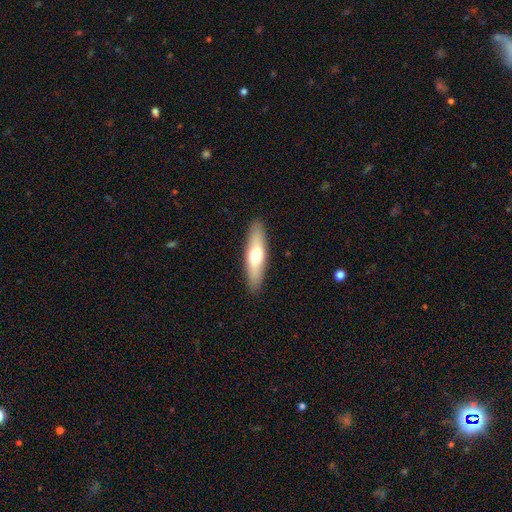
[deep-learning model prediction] This is likely a smooth galaxy (60%). How rounded: likely cigar-shaped (68%). Merging: clearly none (90%).